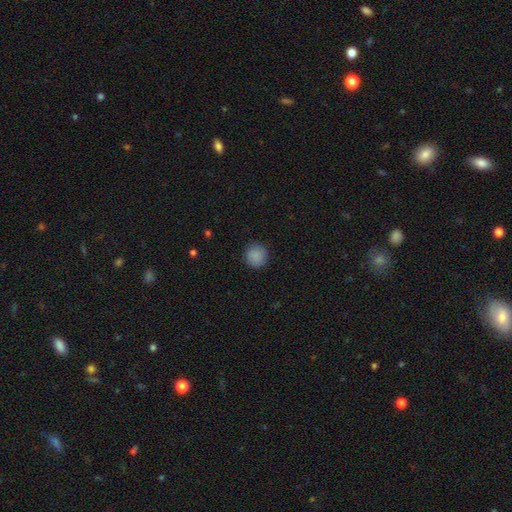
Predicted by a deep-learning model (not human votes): The model was most divided on "smooth or featured": smooth: 88%, star or artifact: 8%, featured or disk: 3%. More confident: how rounded — round (93%); merging — none (91%).